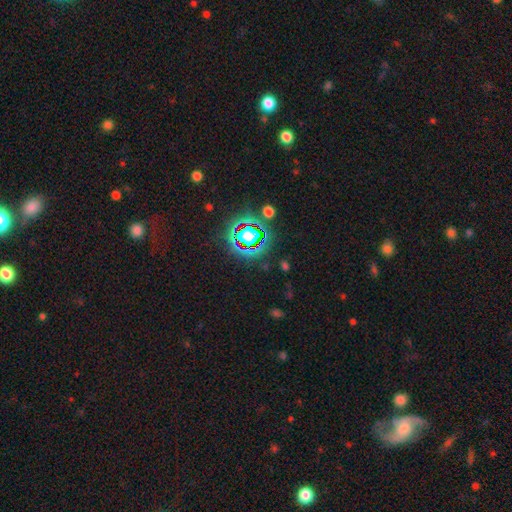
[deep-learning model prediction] This appears to be a star or artifact, not a galaxy (75%).